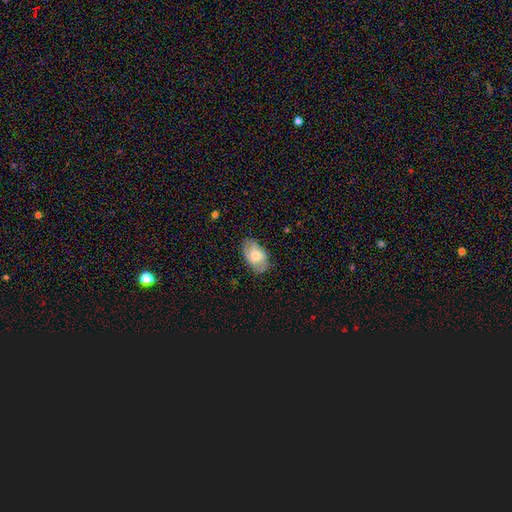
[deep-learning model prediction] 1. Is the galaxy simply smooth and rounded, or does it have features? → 59% smooth, 34% featured or disk, 7% star or artifact.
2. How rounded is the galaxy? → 90% in between, 8% round, 2% cigar-shaped.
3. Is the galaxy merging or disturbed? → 72% none, 21% minor disturbance, 6% major disturbance, 1% merger.